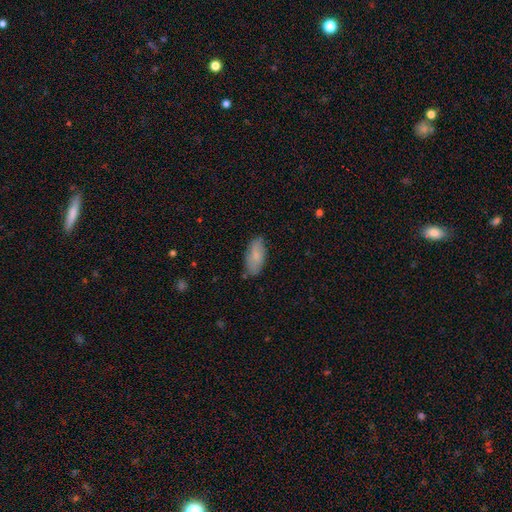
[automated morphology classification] Smooth or featured?
  - smooth: 78% *
  - featured or disk: 16%
  - star or artifact: 6%
How rounded?
  - in between: 88% *
  - cigar-shaped: 9%
  - round: 2%
Merging?
  - none: 77% *
  - minor disturbance: 18%
  - major disturbance: 3%
  - merger: 2%